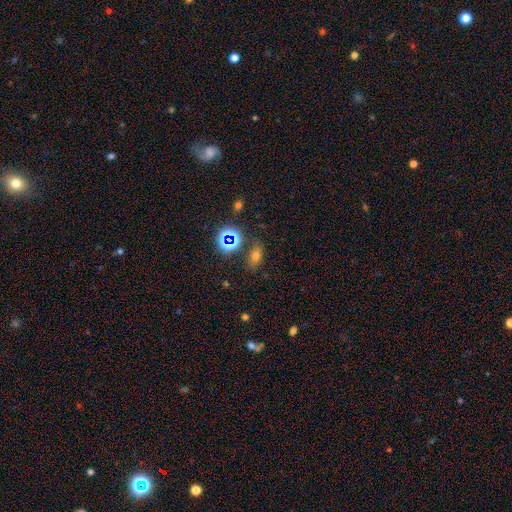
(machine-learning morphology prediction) Smooth or featured?
  - smooth: 58% *
  - star or artifact: 30%
  - featured or disk: 12%
How rounded?
  - in between: 75% *
  - round: 18%
  - cigar-shaped: 6%
Merging?
  - none: 79% *
  - minor disturbance: 12%
  - merger: 5%
  - major disturbance: 4%